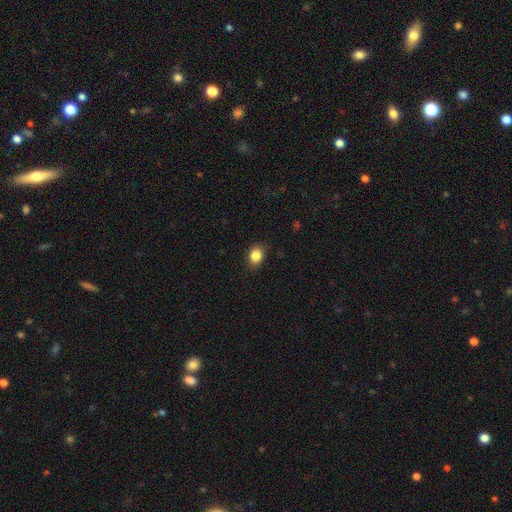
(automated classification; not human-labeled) smooth 85%, star or artifact 10%, featured or disk 5%. Down the decision tree: how rounded — in between (59%); merging — none (86%).